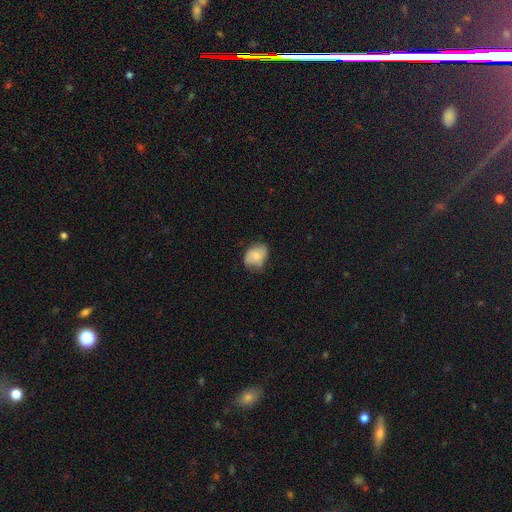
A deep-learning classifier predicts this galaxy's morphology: smooth_or_featured: smooth (p=0.74) [alt: featured or disk p=0.19]
how_rounded: in between (p=0.70) [alt: round p=0.29]
merging: none (p=0.58) [alt: minor disturbance p=0.33]